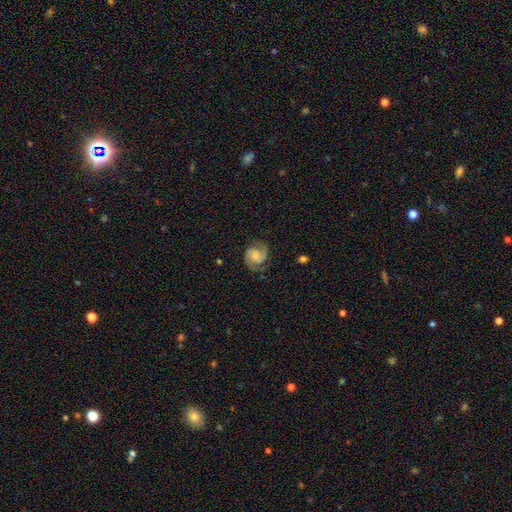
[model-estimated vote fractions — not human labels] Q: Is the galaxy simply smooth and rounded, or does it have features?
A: featured or disk — 82%.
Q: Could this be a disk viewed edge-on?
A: no — 98%.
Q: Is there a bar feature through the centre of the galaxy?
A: no — 57%.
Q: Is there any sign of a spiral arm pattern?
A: yes — 97%.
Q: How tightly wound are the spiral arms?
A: medium — 51%.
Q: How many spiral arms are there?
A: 2 — 88%.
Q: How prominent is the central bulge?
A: small — 43%.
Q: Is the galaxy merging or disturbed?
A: none — 74%.